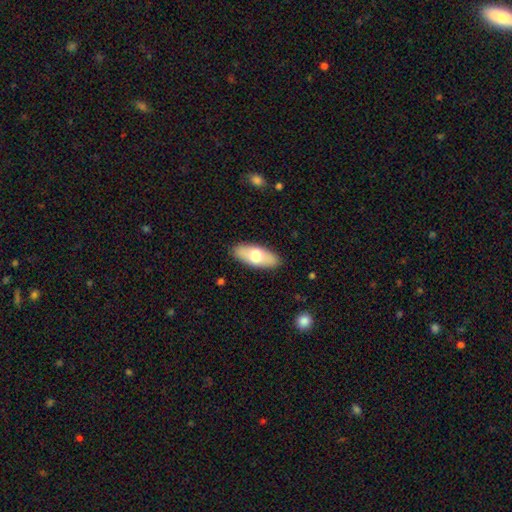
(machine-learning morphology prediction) type=smooth (67%); roundness=in between (80%); merging=none (88%).